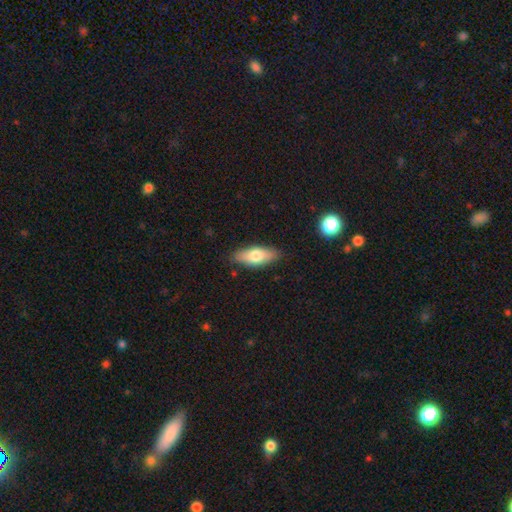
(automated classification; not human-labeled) smooth-or-featured: smooth: 72% | featured or disk: 22% | star or artifact: 6%
  how-rounded: in between: 74% | cigar-shaped: 23% | round: 3%
  merging: none: 85% | minor disturbance: 12% | major disturbance: 2% | merger: 1%